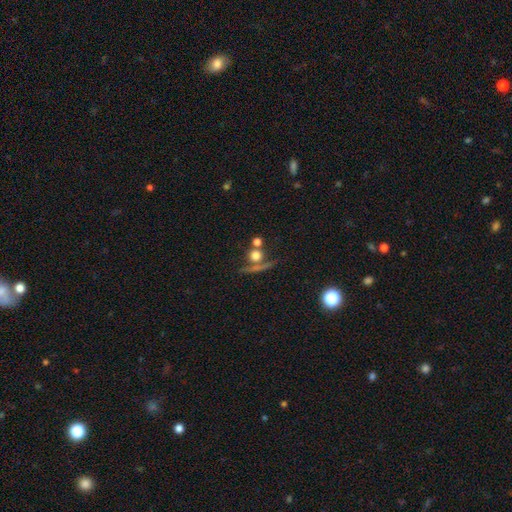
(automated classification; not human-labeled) This appears to be a smooth galaxy with no disk features (64%) that is round (84%). Merging: none (54%).